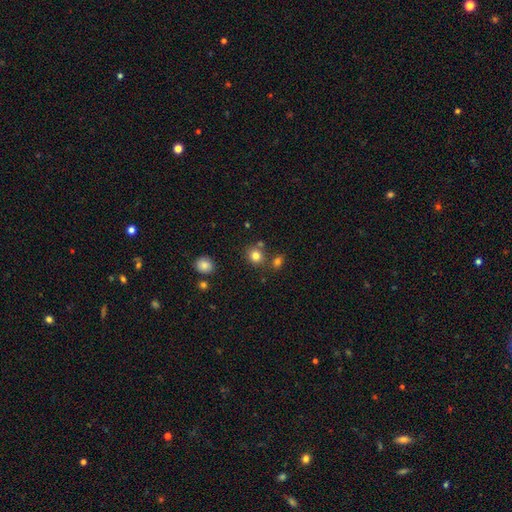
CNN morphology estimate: Smooth or featured? smooth (80%)
How rounded? round (79%)
Merging? none (75%)